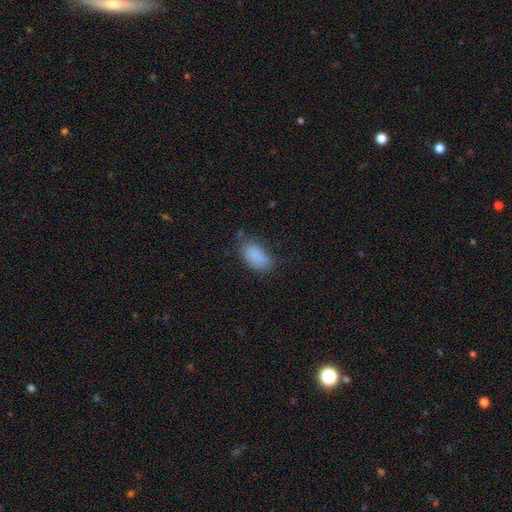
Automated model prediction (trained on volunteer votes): The model was most divided on "merging": none: 60%, minor disturbance: 27%, major disturbance: 10%, merger: 2%. More confident: how rounded — in between (92%); smooth or featured — smooth (85%).